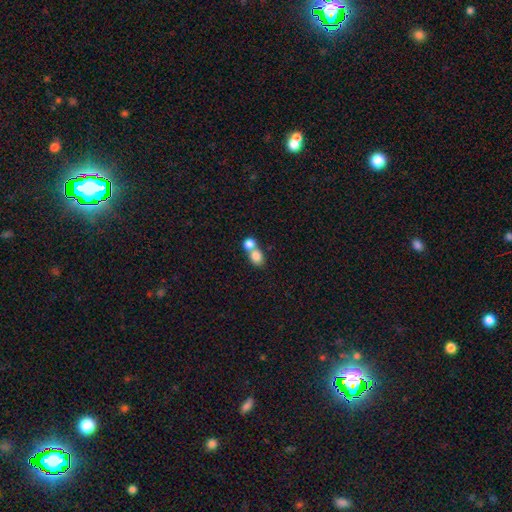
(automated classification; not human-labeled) Morphology: type=smooth (81%); roundness=round (52%); merging=merger (66%).